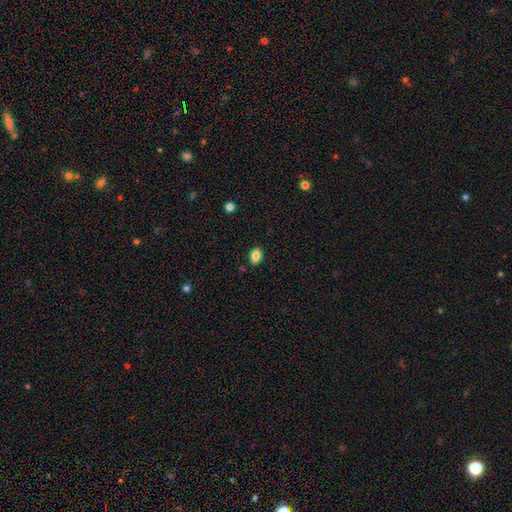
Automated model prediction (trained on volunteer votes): Smooth or featured? smooth (85%)
How rounded? in between (85%)
Merging? none (87%)